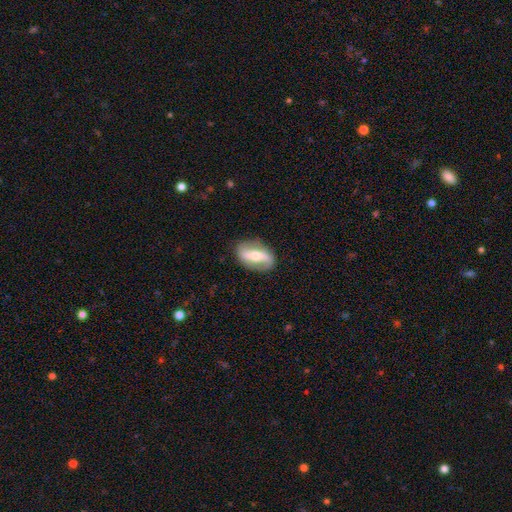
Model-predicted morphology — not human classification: This is likely a featured or disk galaxy (69%). It is clearly not viewed edge-on (91%). Bar: possibly strong (52%). Spiral arm pattern: likely yes (76%). Central bulge: possibly moderate (57%). Merging: clearly none (82%).